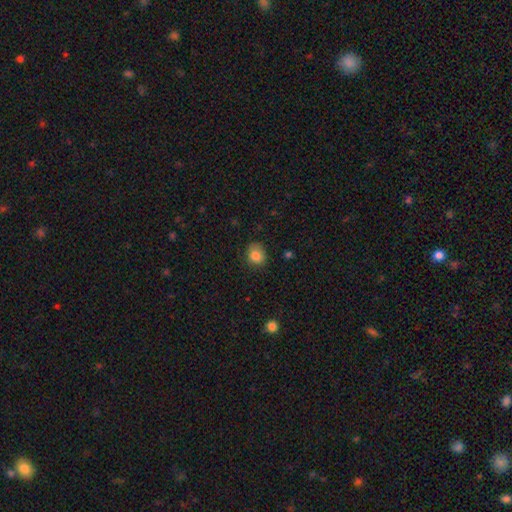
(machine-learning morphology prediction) This is clearly a smooth galaxy (83%). How rounded: likely round (65%). Merging: likely none (69%).